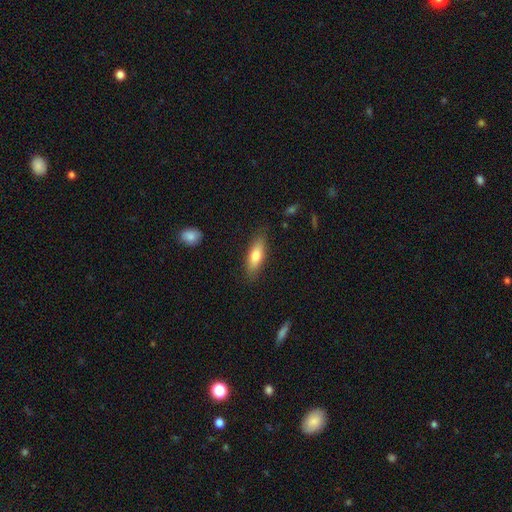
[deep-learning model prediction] Morphology: type=smooth (74%); roundness=in between (57%); merging=none (83%).